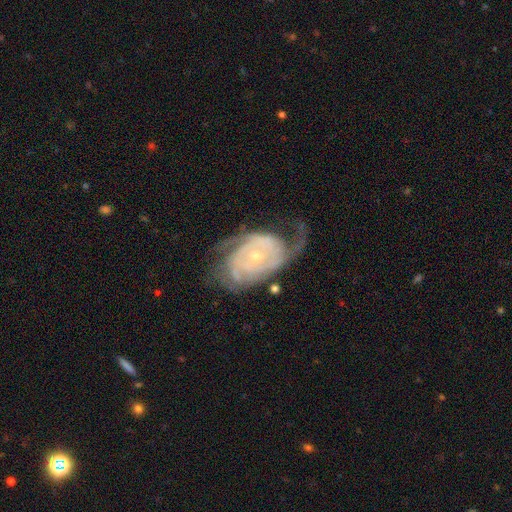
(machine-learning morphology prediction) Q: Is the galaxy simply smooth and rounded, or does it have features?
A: featured or disk — 87%.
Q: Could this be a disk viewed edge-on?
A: no — 96%.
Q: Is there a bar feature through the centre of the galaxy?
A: no — 72%.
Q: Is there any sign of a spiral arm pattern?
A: yes — 95%.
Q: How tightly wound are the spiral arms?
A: tight — 60%.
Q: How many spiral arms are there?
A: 2 — 36%.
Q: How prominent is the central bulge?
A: small — 65%.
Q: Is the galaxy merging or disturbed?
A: none — 51%.